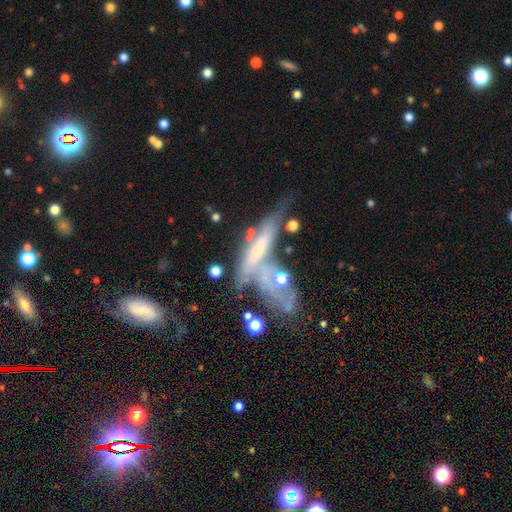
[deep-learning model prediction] featured or disk 61%, smooth 26%, star or artifact 12%. Down the decision tree: edge-on disk — yes (52%); merging — merger (36%).